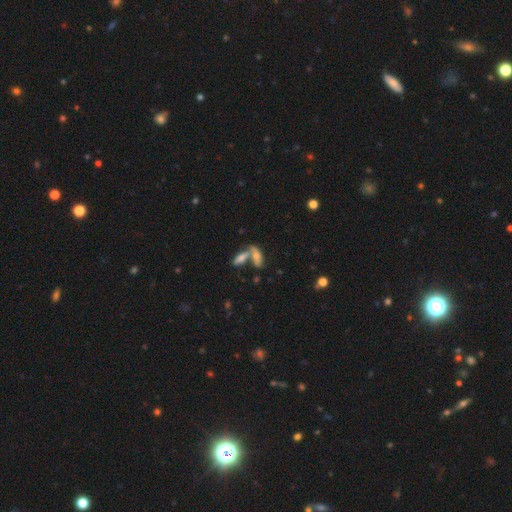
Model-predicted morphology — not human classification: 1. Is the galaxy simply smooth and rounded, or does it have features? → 46% smooth, 29% featured or disk, 25% star or artifact.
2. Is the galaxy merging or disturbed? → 43% merger, 38% none, 10% minor disturbance, 9% major disturbance.